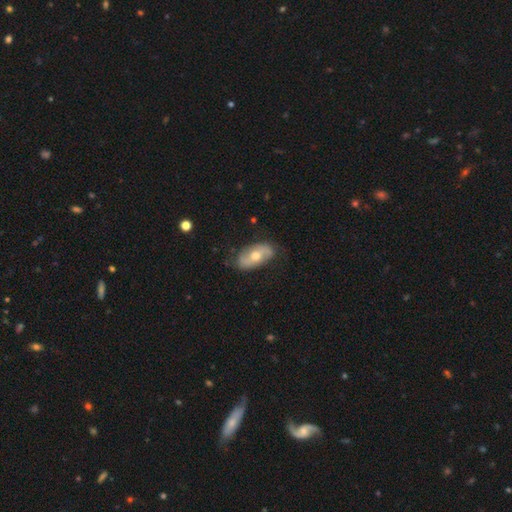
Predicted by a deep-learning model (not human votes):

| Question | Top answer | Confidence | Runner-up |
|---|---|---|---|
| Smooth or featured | featured or disk | 50% | smooth (44%) |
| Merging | none | 79% | minor disturbance (16%) |